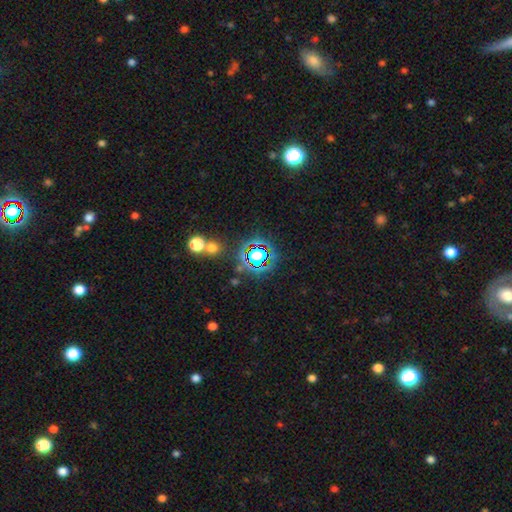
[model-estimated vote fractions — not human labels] This appears to be a star or artifact, not a galaxy (63%).